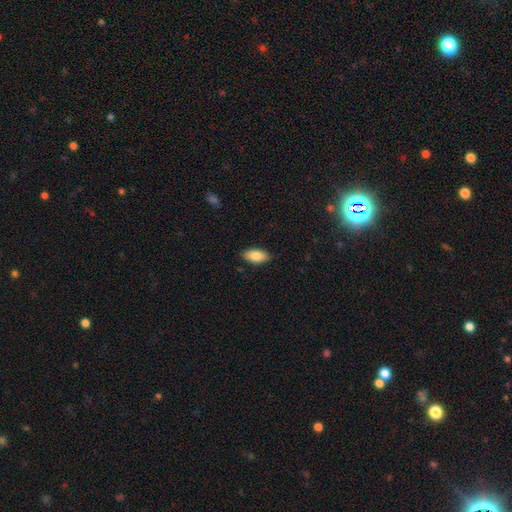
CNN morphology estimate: Overall: smooth (84%). How rounded: in between (90%). Merging: none (87%).